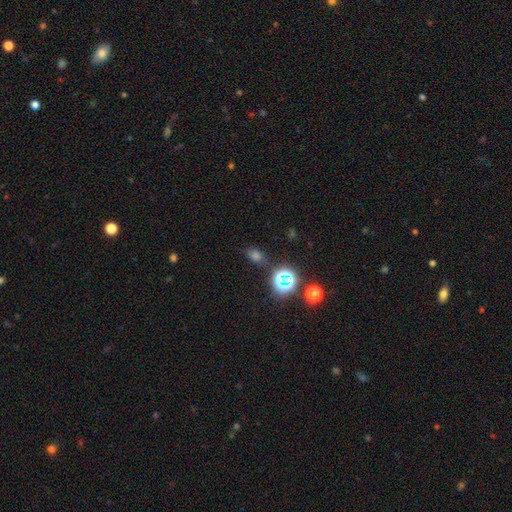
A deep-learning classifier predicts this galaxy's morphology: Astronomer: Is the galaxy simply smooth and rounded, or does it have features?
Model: smooth — 50% (runner-up: star or artifact, 42%).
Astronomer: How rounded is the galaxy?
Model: in between — 53% (runner-up: round, 45%).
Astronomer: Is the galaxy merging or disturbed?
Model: none — 78%.